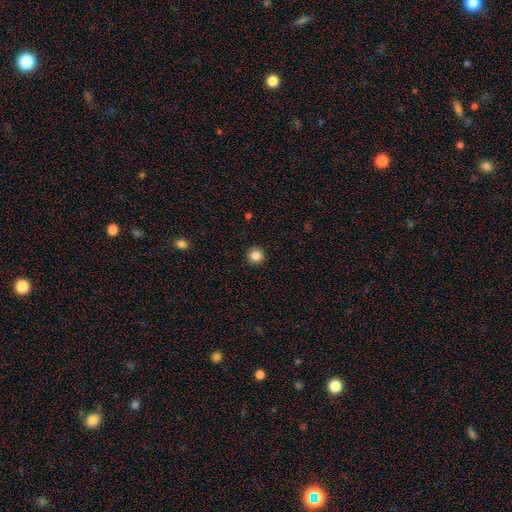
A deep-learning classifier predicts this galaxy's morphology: Smooth or featured: smooth — 85% (star or artifact — 11%)
How rounded: round — 95% (in between — 4%)
Merging: none — 93% (minor disturbance — 5%)